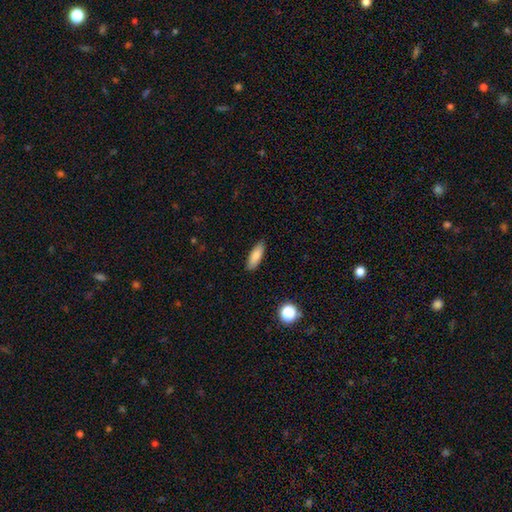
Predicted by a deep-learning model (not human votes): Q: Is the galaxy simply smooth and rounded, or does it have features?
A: smooth — 84%.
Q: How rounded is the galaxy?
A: in between — 60%.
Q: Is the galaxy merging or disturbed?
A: none — 88%.